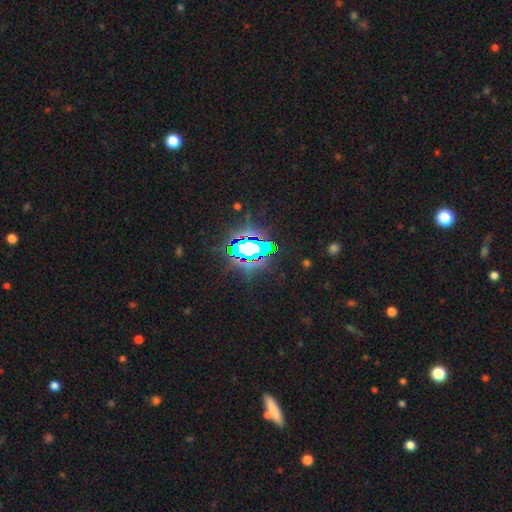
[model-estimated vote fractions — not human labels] Morphology: type=star or artifact (70%).